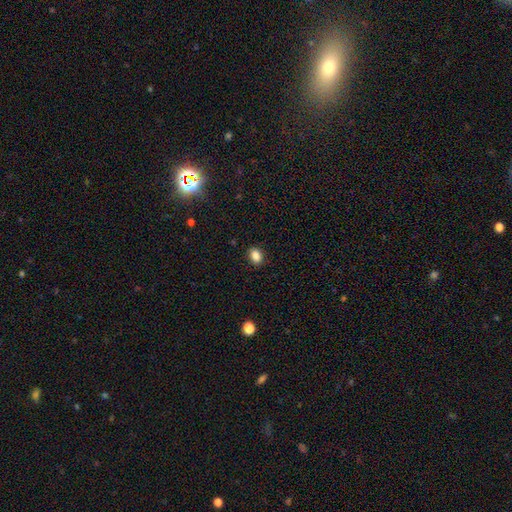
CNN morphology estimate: smooth 86%, star or artifact 10%, featured or disk 4%. Down the decision tree: how rounded — in between (72%); merging — none (88%).